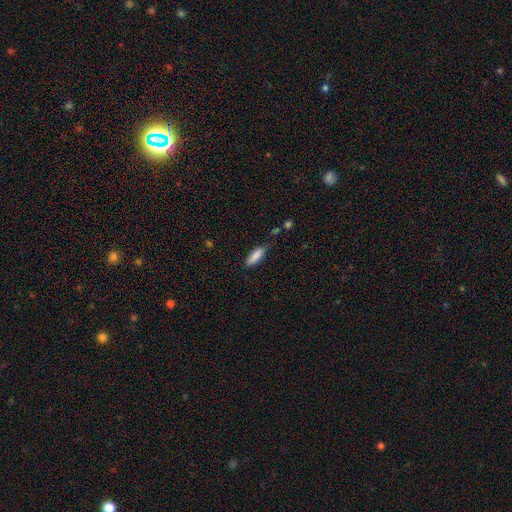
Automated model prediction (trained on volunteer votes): smooth-or-featured: smooth: 86% | featured or disk: 8% | star or artifact: 7%
  how-rounded: cigar-shaped: 51% | in between: 48% | round: 2%
  merging: none: 70% | minor disturbance: 23% | major disturbance: 4% | merger: 3%